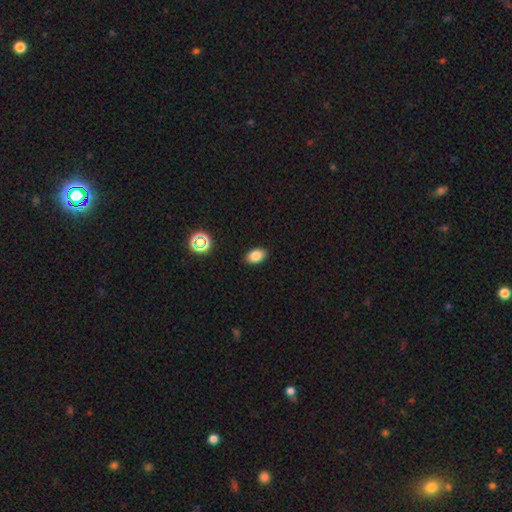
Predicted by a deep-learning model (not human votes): This is clearly a smooth galaxy (82%). How rounded: clearly in between (86%). Merging: clearly none (88%).